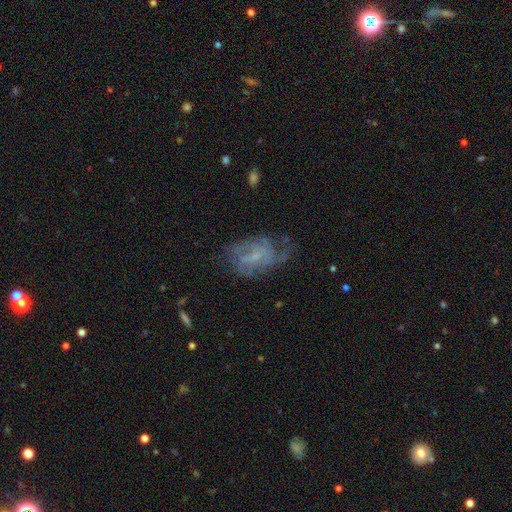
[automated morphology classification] This is likely a featured or disk galaxy (66%). It is clearly not viewed edge-on (96%). Bar: possibly weak (46%). Spiral arm pattern: likely yes (73%). Central bulge: possibly small (50%). Merging: possibly none (48%).